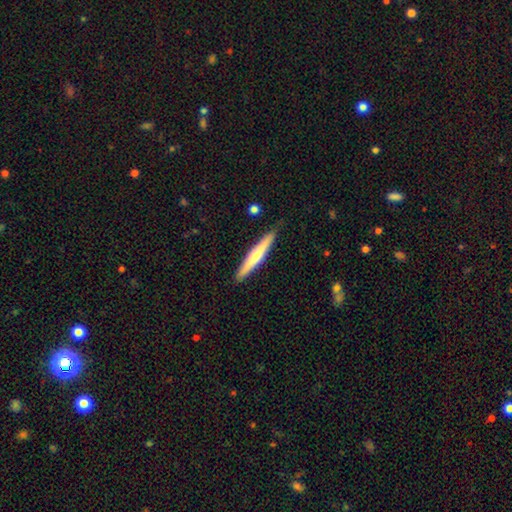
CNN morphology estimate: type=smooth (49%); merging=none (89%).